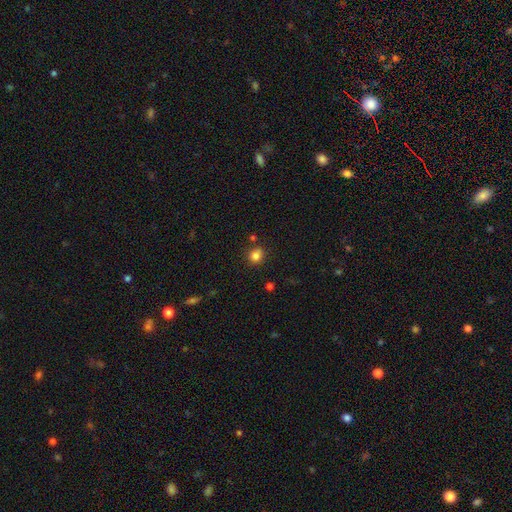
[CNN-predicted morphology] Smooth or featured: smooth — 83% (star or artifact — 12%)
How rounded: round — 80% (in between — 19%)
Merging: none — 81% (minor disturbance — 11%)